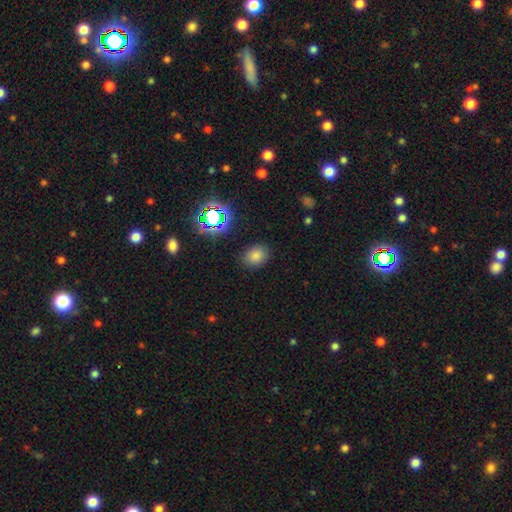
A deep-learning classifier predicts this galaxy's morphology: A smooth galaxy with no disk features (75%) that is round (53%).

Vote fractions:
- Smooth or featured? smooth: 75% / star or artifact: 19% / featured or disk: 6%
- How rounded? round: 53% / in between: 46% / cigar-shaped: 1%
- Merging? none: 86% / minor disturbance: 10% / major disturbance: 3% / merger: 2%